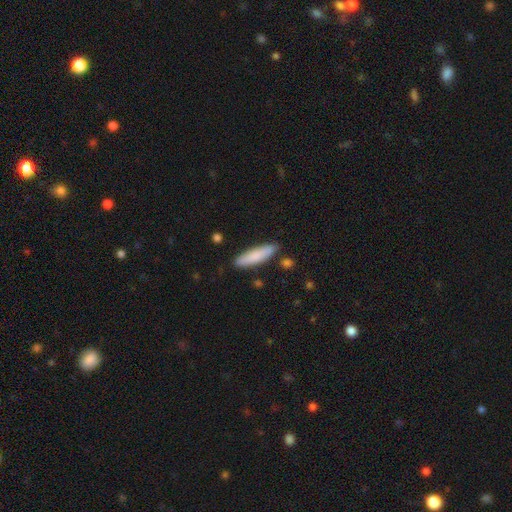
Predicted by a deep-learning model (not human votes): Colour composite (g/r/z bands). It shows a smooth galaxy with no disk features (82%) that is cigar-shaped (74%). Merging: none (85%).